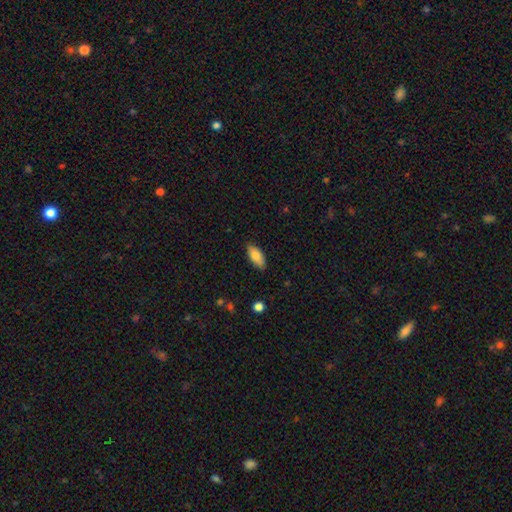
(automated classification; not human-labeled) Smooth or featured? smooth (81%)
How rounded? in between (87%)
Merging? none (84%)